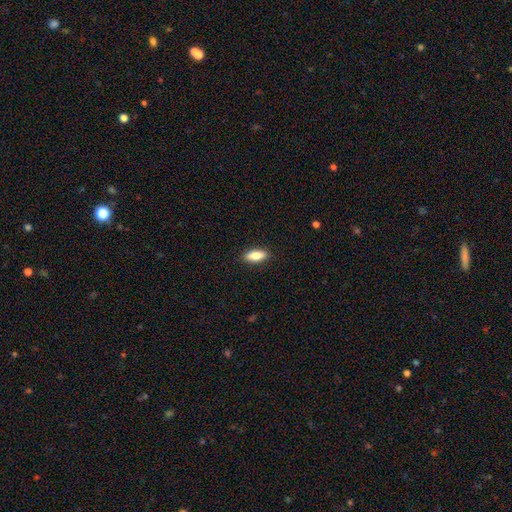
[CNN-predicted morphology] smooth_or_featured: smooth (p=0.80) [alt: featured or disk p=0.14]
how_rounded: in between (p=0.75) [alt: cigar-shaped p=0.22]
merging: none (p=0.89) [alt: minor disturbance p=0.08]